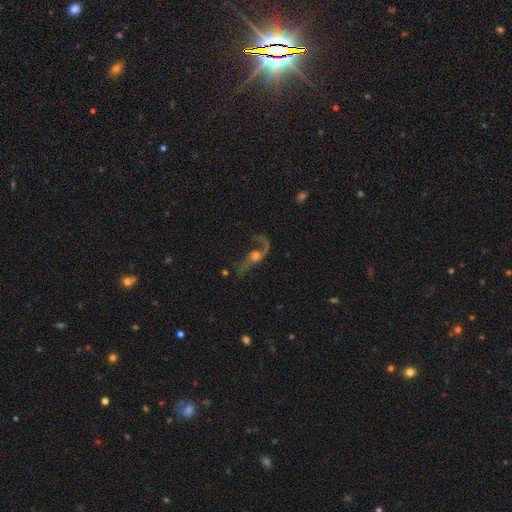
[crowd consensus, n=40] Morphology: type=featured or disk (85%); edge-on=no (82%); bar=no (57%); spiral arms=yes (82%); winding=loose (96%); arm count=2 (91%); bulge=moderate (39%); merging=none (44%).